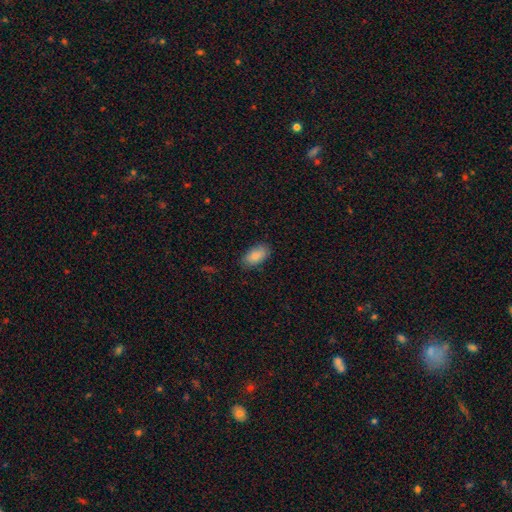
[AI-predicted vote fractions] Q: Smooth or featured?
A: smooth (88%); runner-up: star or artifact (7%)
Q: How rounded?
A: in between (94%); runner-up: round (3%)
Q: Merging?
A: none (85%); runner-up: minor disturbance (12%)